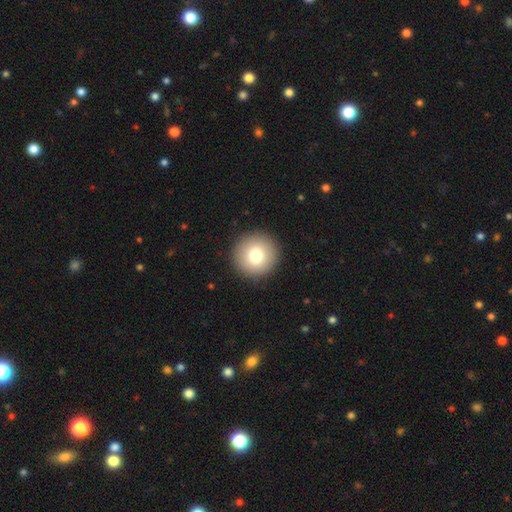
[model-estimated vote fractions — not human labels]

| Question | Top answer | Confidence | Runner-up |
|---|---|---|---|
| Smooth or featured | smooth | 79% | featured or disk (12%) |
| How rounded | round | 96% | in between (3%) |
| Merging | none | 92% | minor disturbance (5%) |